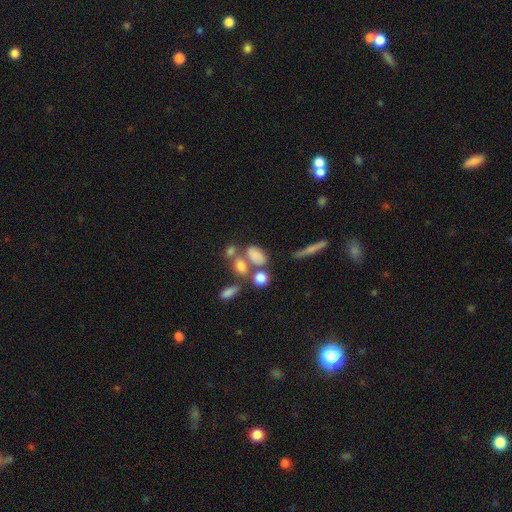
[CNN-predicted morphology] A smooth galaxy with no disk features (72%) that is in between round and cigar-shaped (81%). Merging: none (40%).